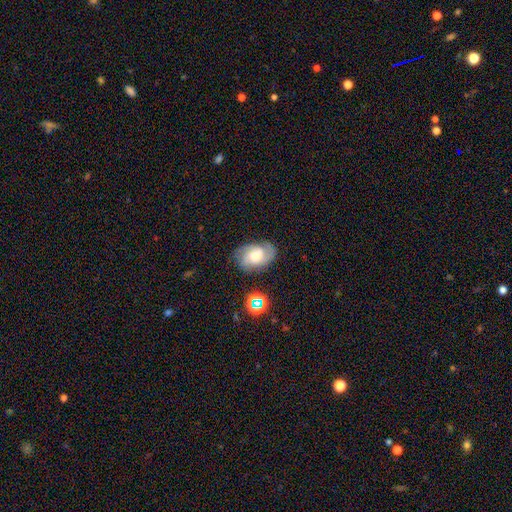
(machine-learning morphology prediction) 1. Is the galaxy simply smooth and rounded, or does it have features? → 65% featured or disk, 26% smooth, 9% star or artifact.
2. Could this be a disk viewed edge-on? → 97% no, 3% yes.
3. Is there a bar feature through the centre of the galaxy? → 59% no, 35% weak, 6% strong.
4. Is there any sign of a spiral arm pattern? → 92% yes, 8% no.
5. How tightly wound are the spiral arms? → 46% medium, 38% tight, 16% loose.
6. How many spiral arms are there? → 42% 2, 24% 3, 21% can't tell, 5% 1, 4% 4, 3% more than 4.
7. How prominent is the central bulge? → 44% moderate, 26% large, 19% small, 7% none, 3% dominant.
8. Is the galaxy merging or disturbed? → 74% none, 18% minor disturbance, 6% major disturbance, 2% merger.